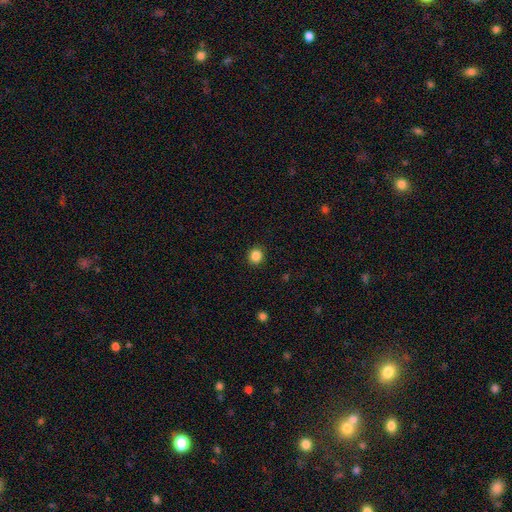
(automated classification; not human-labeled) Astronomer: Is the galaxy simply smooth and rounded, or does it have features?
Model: smooth — 86%.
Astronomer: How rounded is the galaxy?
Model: round — 87%.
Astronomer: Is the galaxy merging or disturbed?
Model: none — 91%.